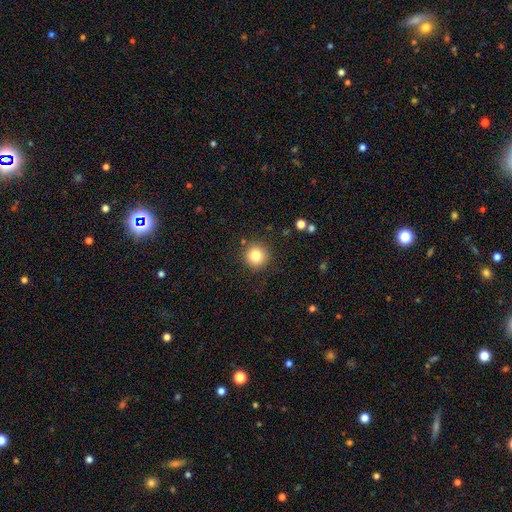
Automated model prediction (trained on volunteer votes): A smooth galaxy with no disk features (82%) that is round (94%).

Vote fractions:
- Smooth or featured? smooth: 82% / star or artifact: 11% / featured or disk: 7%
- How rounded? round: 94% / in between: 5% / cigar-shaped: 1%
- Merging? none: 88% / minor disturbance: 7% / major disturbance: 2% / merger: 2%